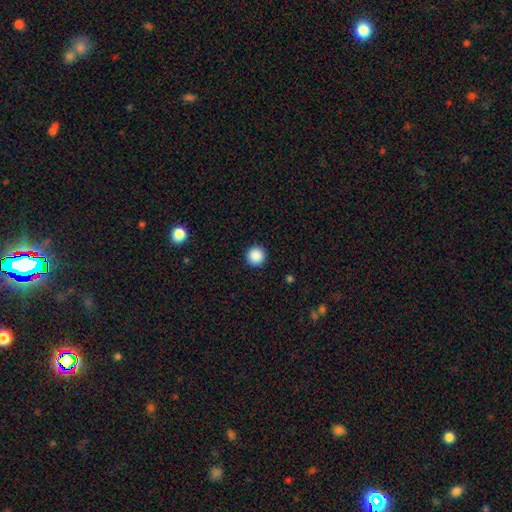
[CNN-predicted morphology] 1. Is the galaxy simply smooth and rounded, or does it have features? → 89% smooth, 9% star or artifact, 2% featured or disk.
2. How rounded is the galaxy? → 96% round, 3% in between, 1% cigar-shaped.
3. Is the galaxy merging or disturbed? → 93% none, 5% minor disturbance, 2% major disturbance, 1% merger.